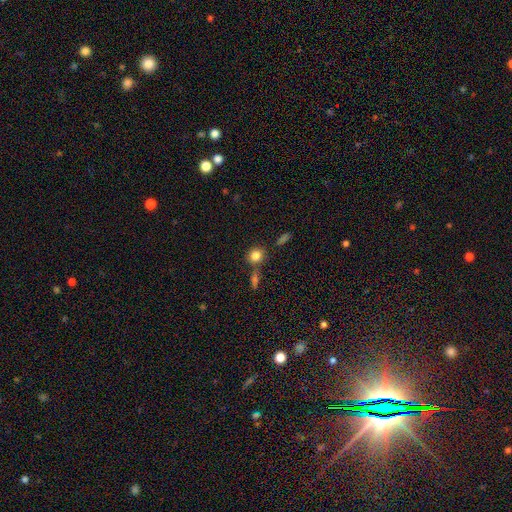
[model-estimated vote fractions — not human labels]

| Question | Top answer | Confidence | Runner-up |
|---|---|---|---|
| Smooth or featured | smooth | 82% | star or artifact (11%) |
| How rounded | round | 81% | in between (17%) |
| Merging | none | 68% | merger (17%) |